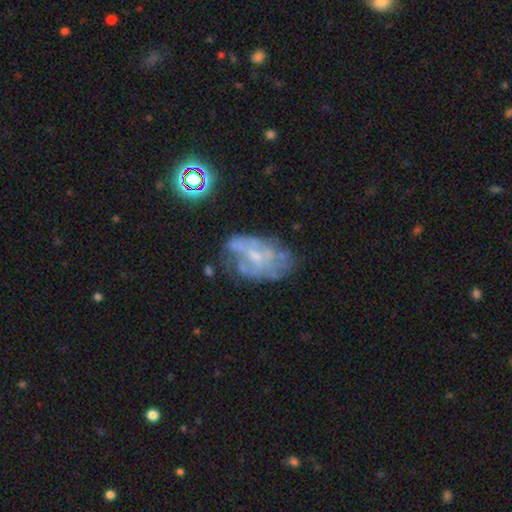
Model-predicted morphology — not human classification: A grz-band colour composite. It shows a featured or disk galaxy (66%) with no bar (70%), no spiral arms (51%) and a small central bulge (58%). Merging: none (47%).